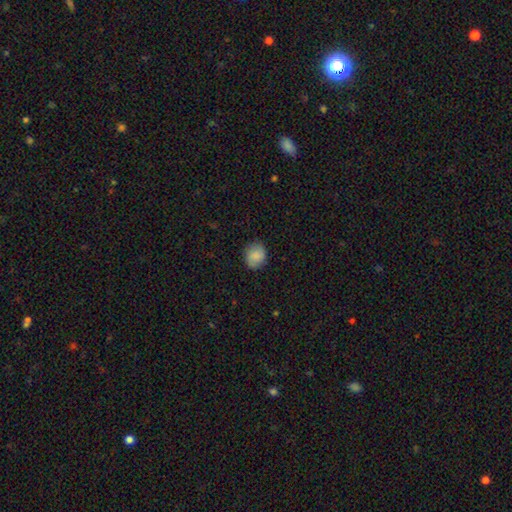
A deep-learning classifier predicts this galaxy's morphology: This appears to be a smooth galaxy with no disk features (83%) that is round (67%). Merging: none (84%).